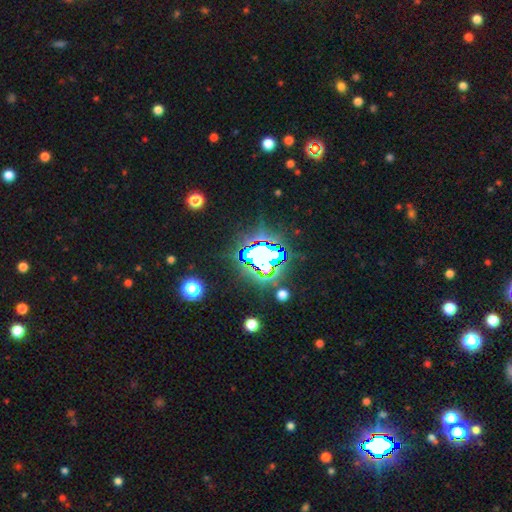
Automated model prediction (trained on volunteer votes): Smooth or featured? Predicted: star or artifact (p=0.74).